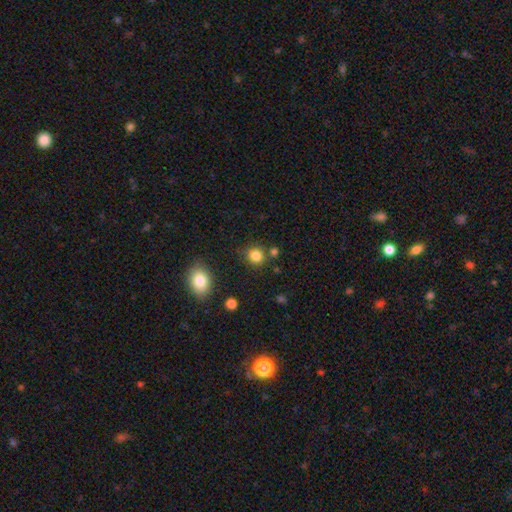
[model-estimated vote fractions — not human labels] Overall: smooth (83%). How rounded: round (86%). Merging: none (79%).